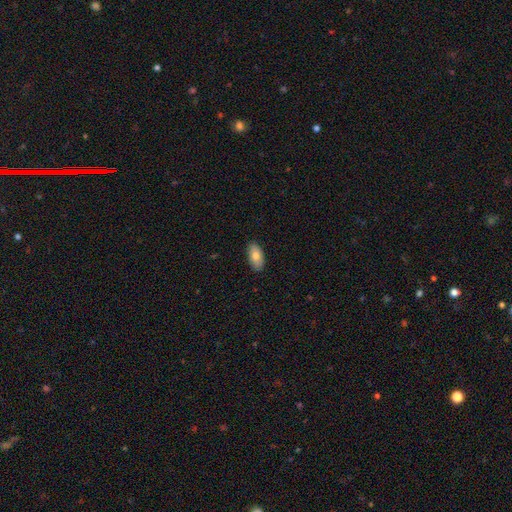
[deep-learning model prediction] A smooth galaxy with no disk features (78%) that is in between round and cigar-shaped (92%).

Vote fractions:
- Smooth or featured? smooth: 78% / featured or disk: 16% / star or artifact: 6%
- How rounded? in between: 92% / cigar-shaped: 6% / round: 3%
- Merging? none: 88% / minor disturbance: 9% / major disturbance: 2% / merger: 1%